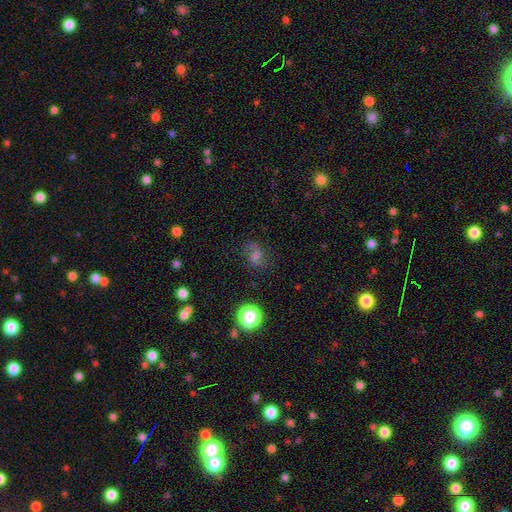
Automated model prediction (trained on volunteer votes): Overall: smooth (42%; featured or disk 31%). Merging: none (63%).